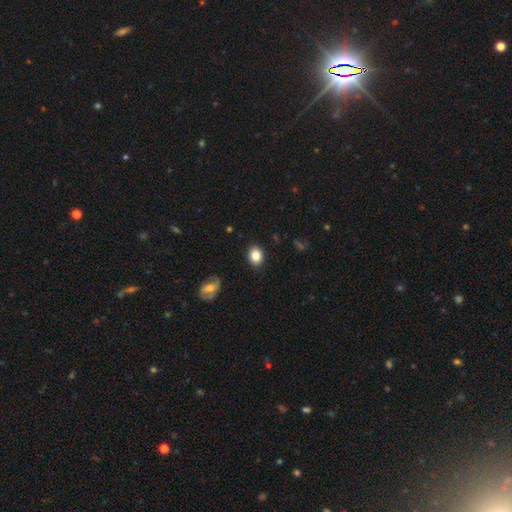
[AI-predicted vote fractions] A smooth galaxy with no disk features (83%) that is in between round and cigar-shaped (59%).

Vote fractions:
- Smooth or featured? smooth: 83% / star or artifact: 9% / featured or disk: 8%
- How rounded? in between: 59% / round: 40% / cigar-shaped: 1%
- Merging? none: 87% / minor disturbance: 10% / major disturbance: 2% / merger: 1%